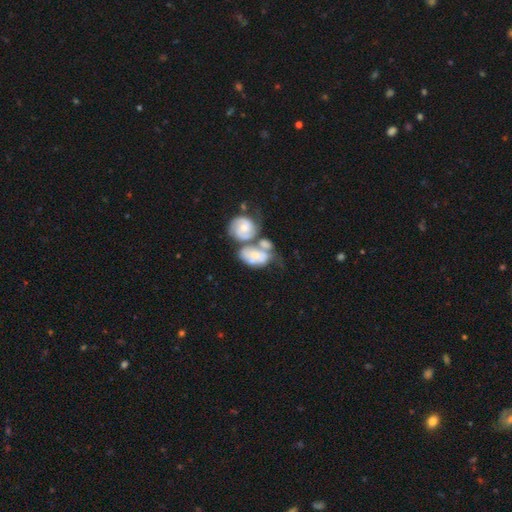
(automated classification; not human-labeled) The model was most divided on "bulge size": small: 43%, moderate: 38%, none: 12%, large: 5%, dominant: 2%. More confident: edge-on disk — no (96%); bar — no (71%); spiral arms — yes (70%); merging — merger (62%); smooth or featured — featured or disk (59%).